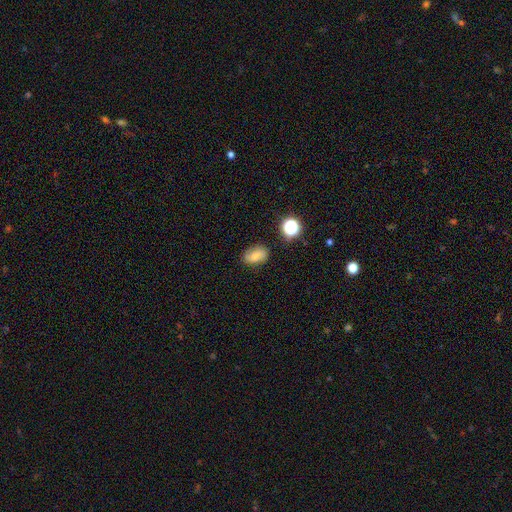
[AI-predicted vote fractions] Morphology: type=smooth (75%); roundness=in between (83%); merging=none (78%).